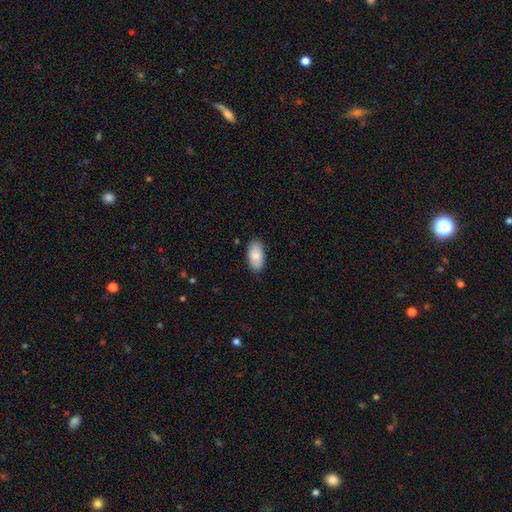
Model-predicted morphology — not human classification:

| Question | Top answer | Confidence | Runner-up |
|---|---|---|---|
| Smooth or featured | smooth | 82% | featured or disk (12%) |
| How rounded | in between | 95% | round (3%) |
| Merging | none | 84% | minor disturbance (12%) |